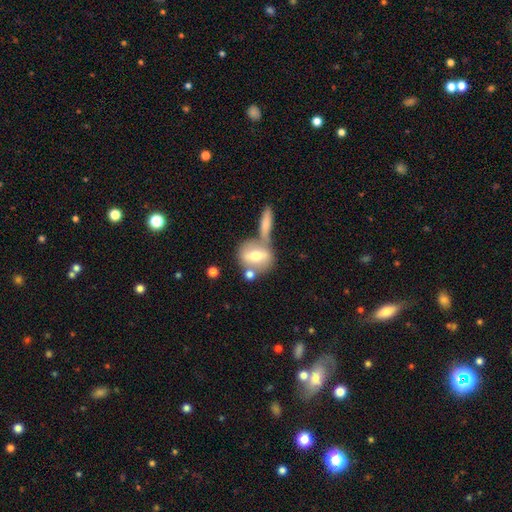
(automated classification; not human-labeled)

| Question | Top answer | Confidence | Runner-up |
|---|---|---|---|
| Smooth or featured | smooth | 51% | featured or disk (41%) |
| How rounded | in between | 50% | round (41%) |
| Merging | none | 49% | merger (34%) |